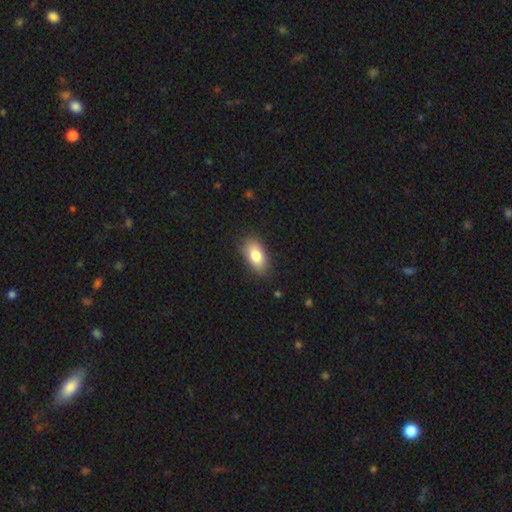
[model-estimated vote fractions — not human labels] Morphology: type=smooth (83%); roundness=in between (92%); merging=none (84%).